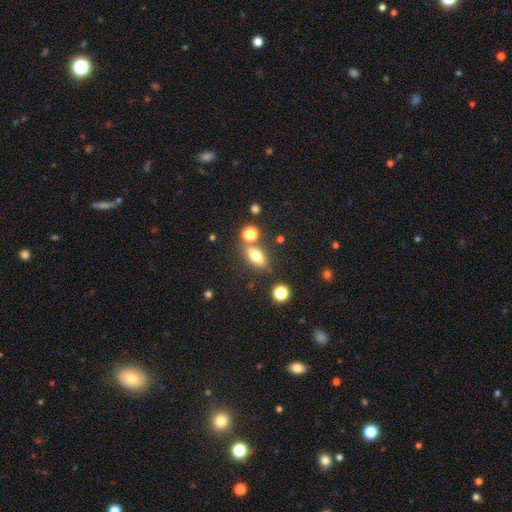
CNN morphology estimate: smooth-or-featured: smooth: 70% | featured or disk: 18% | star or artifact: 12%
  how-rounded: in between: 73% | cigar-shaped: 15% | round: 12%
  merging: none: 72% | merger: 12% | minor disturbance: 12% | major disturbance: 4%